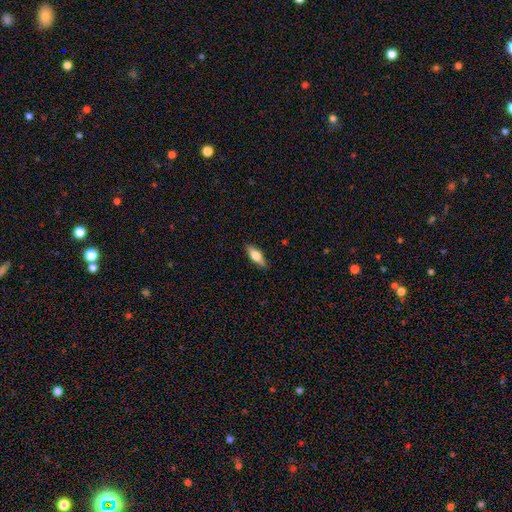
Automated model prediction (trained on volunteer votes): The model was most divided on "how rounded": in between: 62%, cigar-shaped: 35%, round: 3%. More confident: merging — none (86%); smooth or featured — smooth (64%).